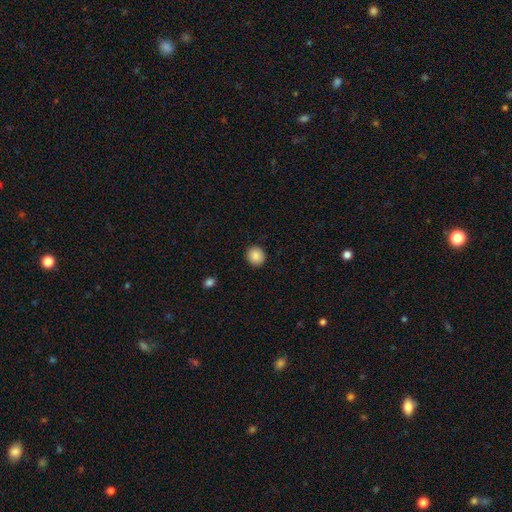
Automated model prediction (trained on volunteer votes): A smooth galaxy with no disk features (88%) that is round (88%).

Vote fractions:
- Smooth or featured? smooth: 88% / star or artifact: 9% / featured or disk: 3%
- How rounded? round: 88% / in between: 11% / cigar-shaped: 1%
- Merging? none: 92% / minor disturbance: 6% / major disturbance: 2% / merger: 1%